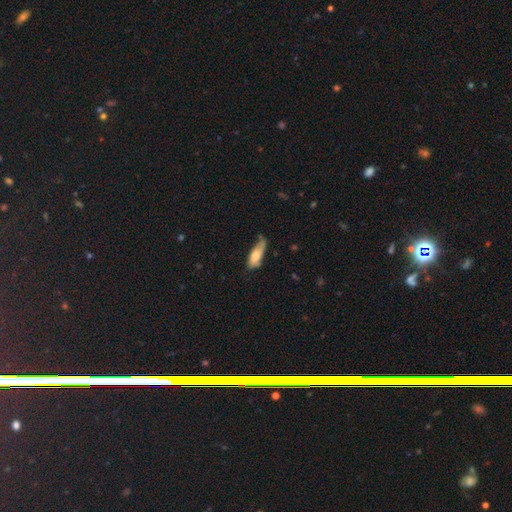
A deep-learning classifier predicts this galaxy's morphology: smooth 72%, featured or disk 21%, star or artifact 6%. Down the decision tree: how rounded — in between (66%); merging — none (44%).